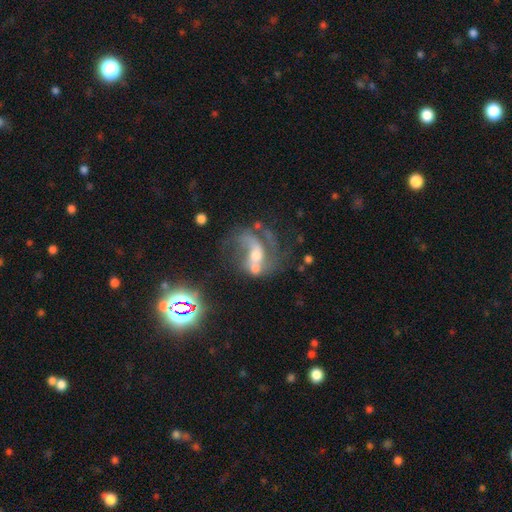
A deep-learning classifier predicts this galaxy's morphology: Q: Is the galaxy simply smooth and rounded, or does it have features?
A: featured or disk — 70%.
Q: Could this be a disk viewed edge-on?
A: no — 97%.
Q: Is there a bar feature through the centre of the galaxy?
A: no — 55%.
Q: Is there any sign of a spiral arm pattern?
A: yes — 79%.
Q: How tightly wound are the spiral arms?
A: loose — 54%.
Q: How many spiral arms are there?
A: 2 — 54%.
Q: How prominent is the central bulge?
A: moderate — 57%.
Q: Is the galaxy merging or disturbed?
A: merger — 35%.